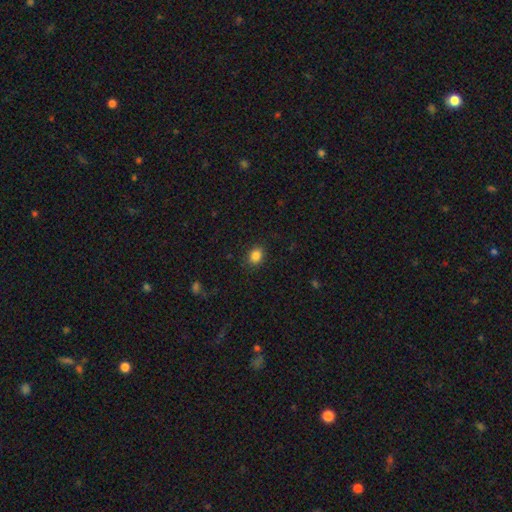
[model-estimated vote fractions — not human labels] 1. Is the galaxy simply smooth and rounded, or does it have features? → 85% smooth, 11% star or artifact, 4% featured or disk.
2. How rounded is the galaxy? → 50% in between, 49% round, 1% cigar-shaped.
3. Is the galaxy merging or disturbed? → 88% none, 9% minor disturbance, 3% major disturbance, 1% merger.